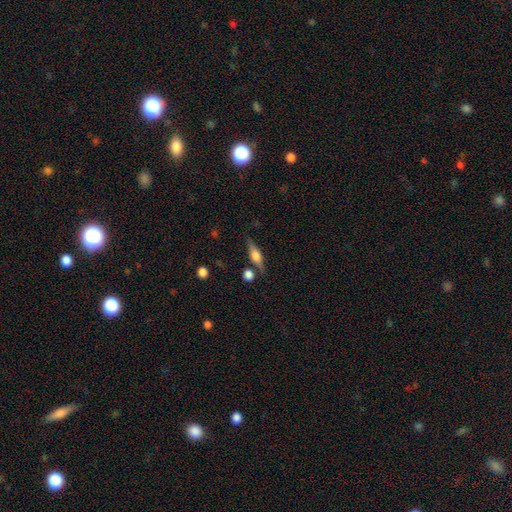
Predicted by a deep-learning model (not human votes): A featured or disk galaxy (58%) viewed edge-on (95%) with a rounded central bulge (86%).

Vote fractions:
- Smooth or featured? featured or disk: 58% / smooth: 34% / star or artifact: 8%
- Edge-on disk? yes: 95% / no: 5%
- Edge-on bulge? rounded: 86% / boxy: 12% / none: 2%
- Merging? none: 77% / minor disturbance: 12% / merger: 7% / major disturbance: 3%